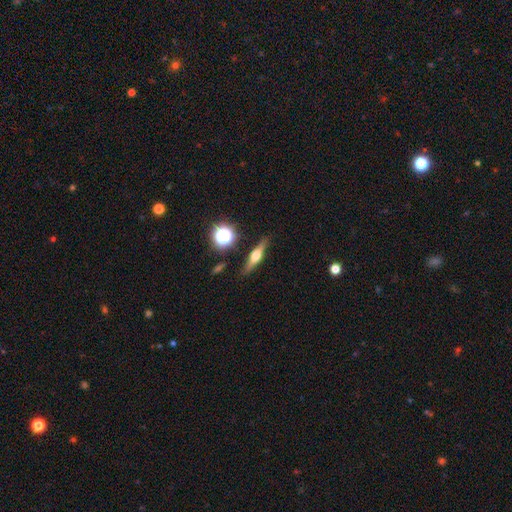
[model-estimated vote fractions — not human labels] smooth-or-featured: featured or disk: 63% | smooth: 28% | star or artifact: 9%
  disk-edge-on: yes: 95% | no: 5%
    edge-on-bulge: rounded: 92% | boxy: 5% | none: 2%
  merging: none: 87% | minor disturbance: 9% | major disturbance: 2% | merger: 2%